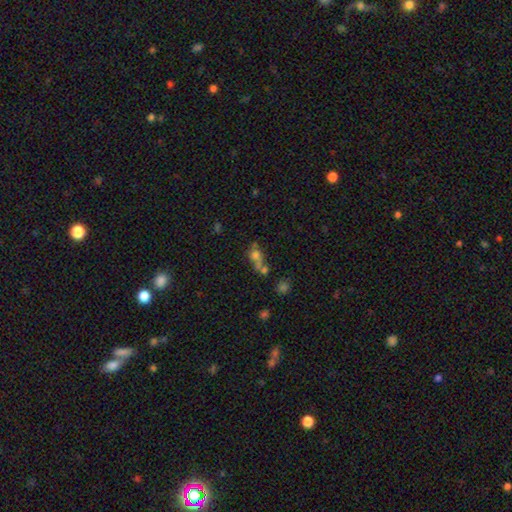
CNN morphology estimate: Smooth or featured: smooth — 61% (star or artifact — 20%)
How rounded: round — 55% (in between — 41%)
Merging: merger — 47% (none — 32%)